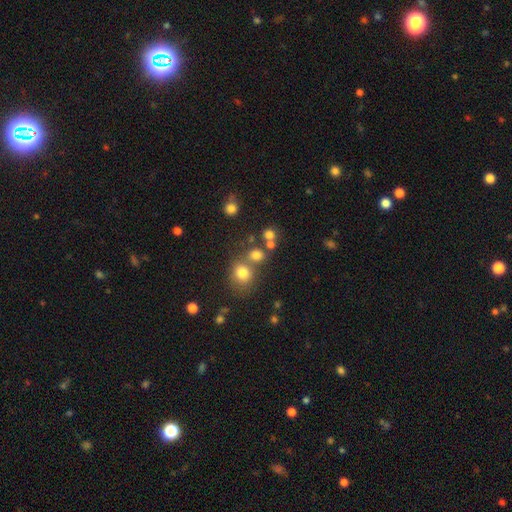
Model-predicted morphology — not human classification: Smooth or featured?
  - smooth: 68% *
  - star or artifact: 22%
  - featured or disk: 11%
How rounded?
  - round: 77% *
  - in between: 22%
  - cigar-shaped: 1%
Merging?
  - none: 58% *
  - merger: 28%
  - minor disturbance: 10%
  - major disturbance: 4%